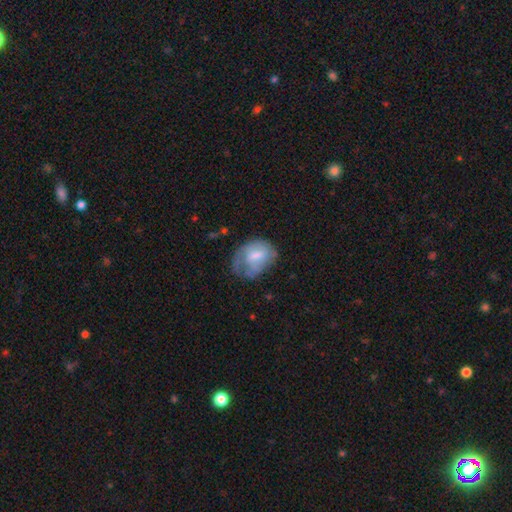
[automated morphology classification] This appears to be a smooth galaxy with no disk features (55%) that is in between round and cigar-shaped (66%). Merging: none (34%).